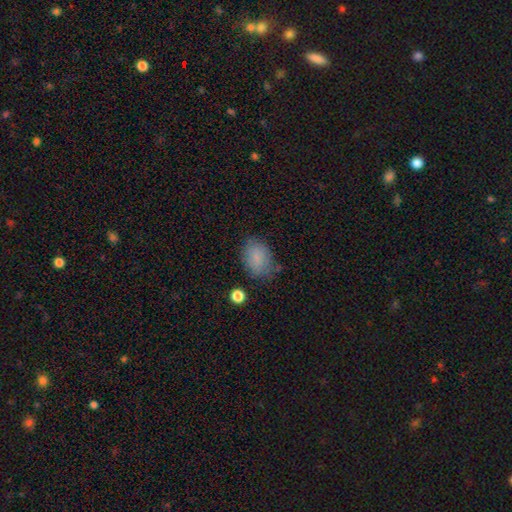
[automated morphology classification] The model was most divided on "how rounded": in between: 69%, round: 30%, cigar-shaped: 1%. More confident: smooth or featured — smooth (79%); merging — none (71%).